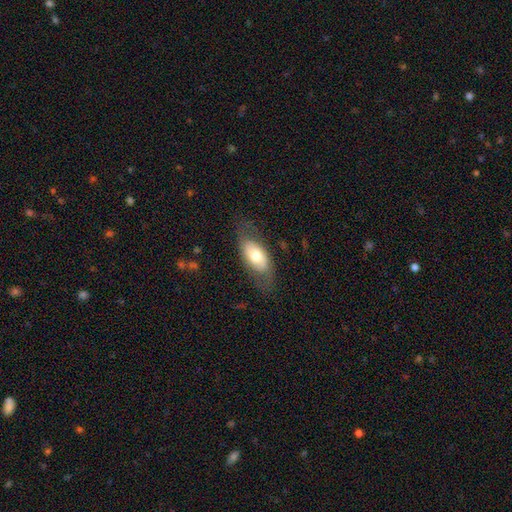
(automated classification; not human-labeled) The model was most divided on "smooth or featured": smooth: 62%, featured or disk: 32%, star or artifact: 6%. More confident: how rounded — in between (89%); merging — none (70%).